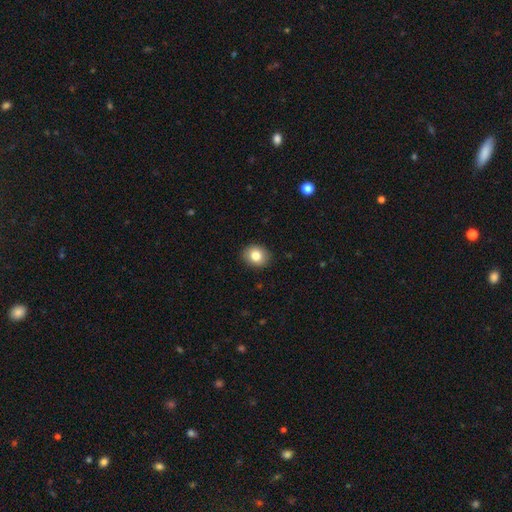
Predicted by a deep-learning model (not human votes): Smooth or featured?
  - smooth: 83% *
  - star or artifact: 9%
  - featured or disk: 8%
How rounded?
  - round: 60% *
  - in between: 39%
  - cigar-shaped: 1%
Merging?
  - none: 90% *
  - minor disturbance: 8%
  - major disturbance: 2%
  - merger: 1%